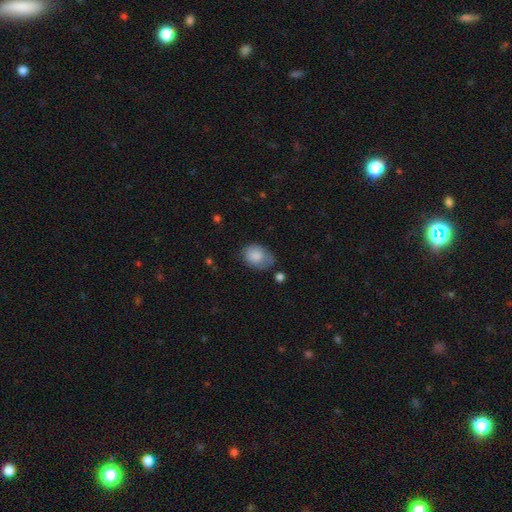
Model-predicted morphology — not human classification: Q: Smooth or featured?
A: smooth (82%); runner-up: featured or disk (10%)
Q: How rounded?
A: in between (67%); runner-up: round (32%)
Q: Merging?
A: none (50%); runner-up: minor disturbance (34%)